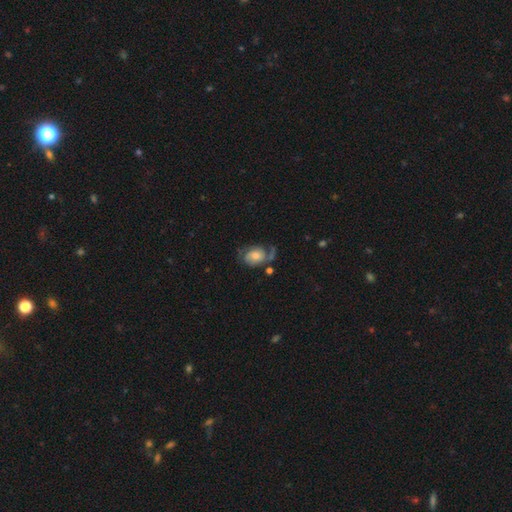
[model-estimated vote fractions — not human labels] The model was most divided on "spiral winding": medium: 40%, loose: 34%, tight: 26%. Remaining: edge-on disk — no (97%); spiral arms — yes (88%); bar — no (70%); smooth or featured — featured or disk (62%); spiral arm count — 2 (58%); merging — none (44%); bulge size — moderate (42%).